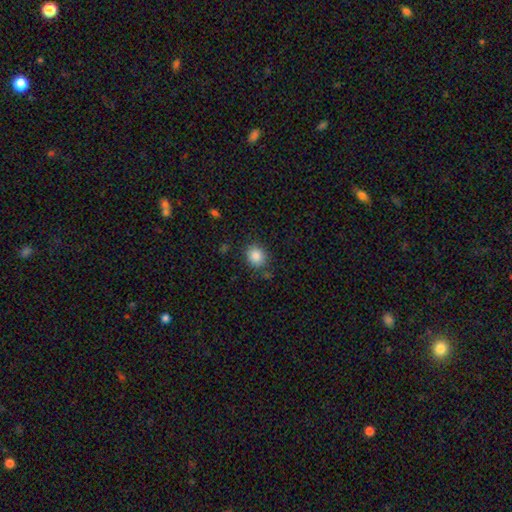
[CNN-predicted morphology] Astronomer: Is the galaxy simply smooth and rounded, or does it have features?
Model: smooth — 86%.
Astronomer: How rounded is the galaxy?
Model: round — 74%.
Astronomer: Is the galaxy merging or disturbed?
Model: none — 82%.